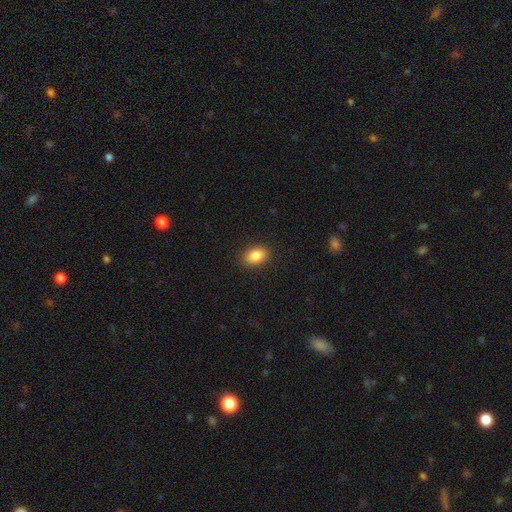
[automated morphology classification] Smooth or featured: smooth — 86% (star or artifact — 8%)
How rounded: in between — 85% (round — 13%)
Merging: none — 89% (minor disturbance — 8%)